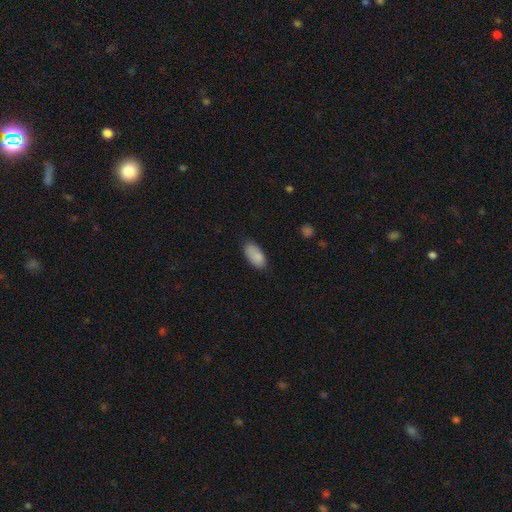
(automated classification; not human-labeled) smooth-or-featured: smooth: 84% | featured or disk: 9% | star or artifact: 7%
  how-rounded: in between: 93% | cigar-shaped: 5% | round: 3%
  merging: none: 74% | minor disturbance: 20% | major disturbance: 4% | merger: 2%